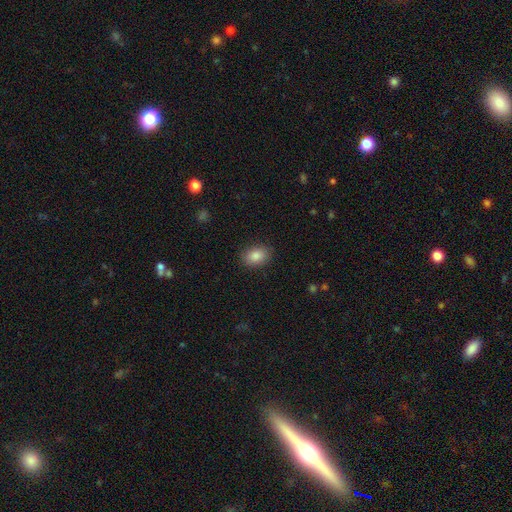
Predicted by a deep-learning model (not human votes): smooth 86%, star or artifact 8%, featured or disk 6%. Down the decision tree: how rounded — in between (80%); merging — none (87%).